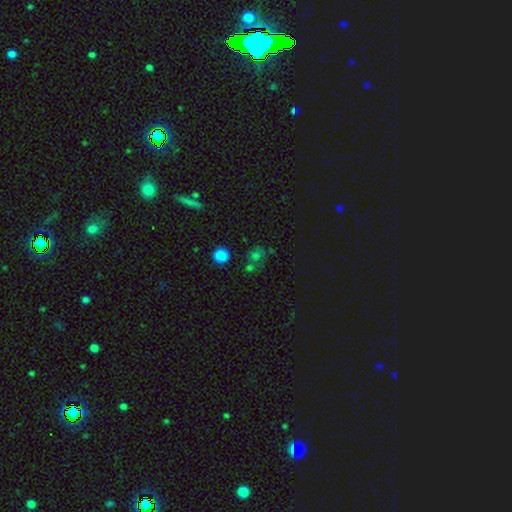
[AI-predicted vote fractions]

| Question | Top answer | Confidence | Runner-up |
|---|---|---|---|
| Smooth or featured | smooth | 58% | star or artifact (30%) |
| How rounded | round | 73% | in between (26%) |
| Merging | none | 56% | merger (20%) |